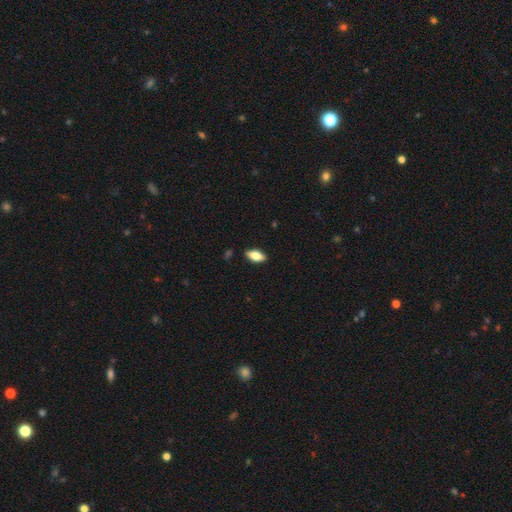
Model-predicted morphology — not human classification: smooth_or_featured: smooth (p=0.74) [alt: featured or disk p=0.20]
how_rounded: in between (p=0.86) [alt: cigar-shaped p=0.10]
merging: none (p=0.88) [alt: minor disturbance p=0.09]